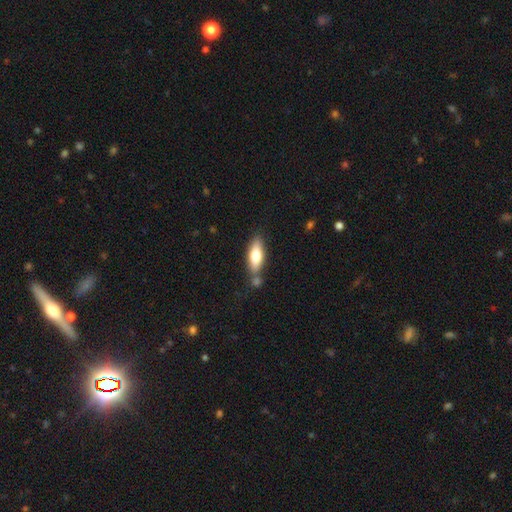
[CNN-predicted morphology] This is likely a smooth galaxy (70%). How rounded: likely in between (64%). Merging: likely none (64%).